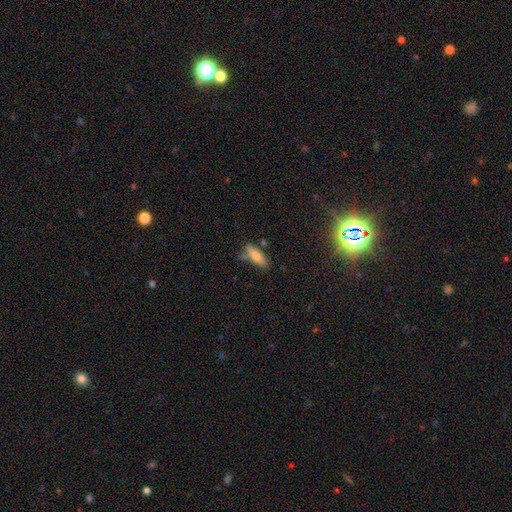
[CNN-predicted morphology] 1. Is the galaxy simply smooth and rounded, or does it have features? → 75% smooth, 16% featured or disk, 9% star or artifact.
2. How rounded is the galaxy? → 64% in between, 33% cigar-shaped, 3% round.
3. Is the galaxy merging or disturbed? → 59% none, 24% minor disturbance, 10% merger, 7% major disturbance.